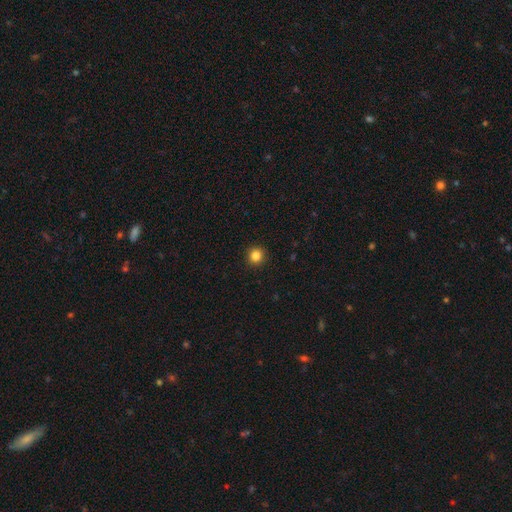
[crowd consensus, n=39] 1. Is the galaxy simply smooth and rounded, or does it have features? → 87% smooth, 8% star or artifact, 5% featured or disk.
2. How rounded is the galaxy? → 94% round, 6% in between, 0% cigar-shaped.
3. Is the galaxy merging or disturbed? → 94% none, 6% minor disturbance, 0% major disturbance, 0% merger.